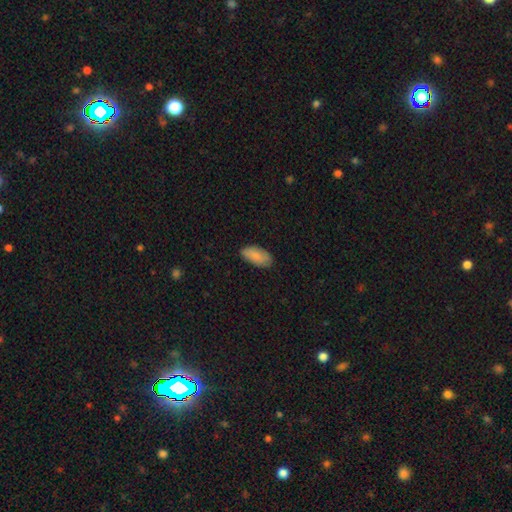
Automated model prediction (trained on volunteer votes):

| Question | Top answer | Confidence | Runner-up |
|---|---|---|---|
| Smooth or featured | smooth | 85% | featured or disk (9%) |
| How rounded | in between | 93% | cigar-shaped (5%) |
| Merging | none | 82% | minor disturbance (14%) |